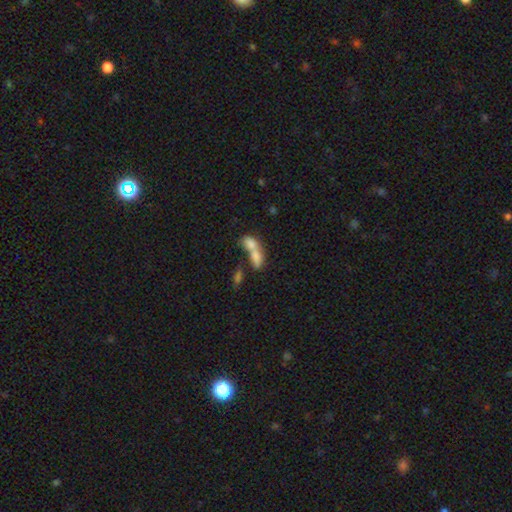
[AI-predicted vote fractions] Smooth or featured? Predicted: smooth (p=0.73). How rounded? Predicted: in between (p=0.78). Merging? Predicted: merger (p=0.73).